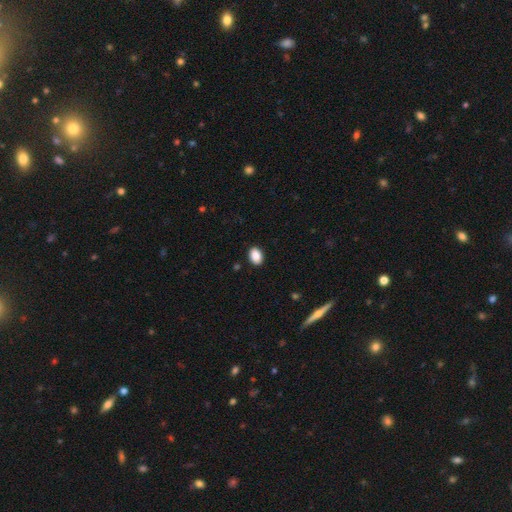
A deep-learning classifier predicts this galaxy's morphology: type=smooth (88%); roundness=in between (79%); merging=none (90%).